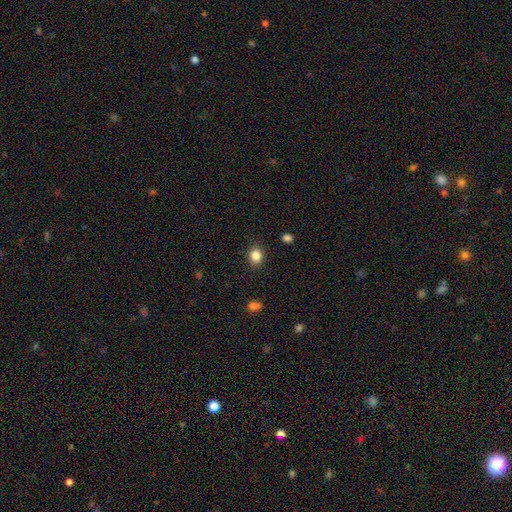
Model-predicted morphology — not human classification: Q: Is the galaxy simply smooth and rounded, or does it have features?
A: smooth — 85%.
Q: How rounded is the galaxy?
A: round — 63%.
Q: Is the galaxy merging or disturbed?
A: none — 87%.